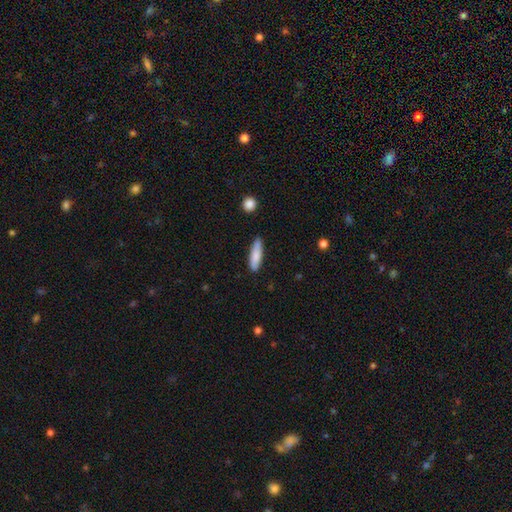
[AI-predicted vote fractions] Smooth or featured: smooth — 82% (featured or disk — 12%)
How rounded: cigar-shaped — 66% (in between — 32%)
Merging: none — 81% (minor disturbance — 15%)